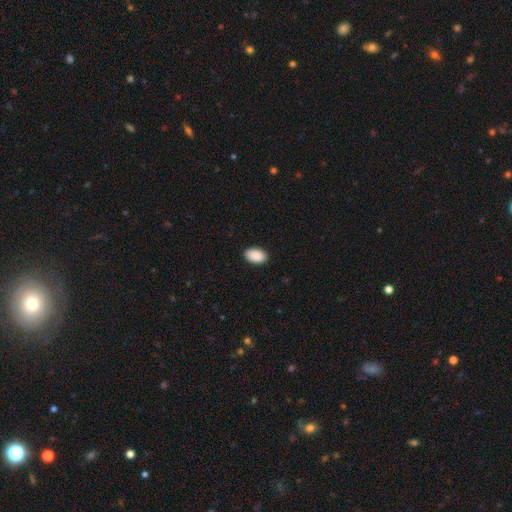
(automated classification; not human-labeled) Smooth or featured? Predicted: smooth (p=0.91). How rounded? Predicted: in between (p=0.92). Merging? Predicted: none (p=0.90).